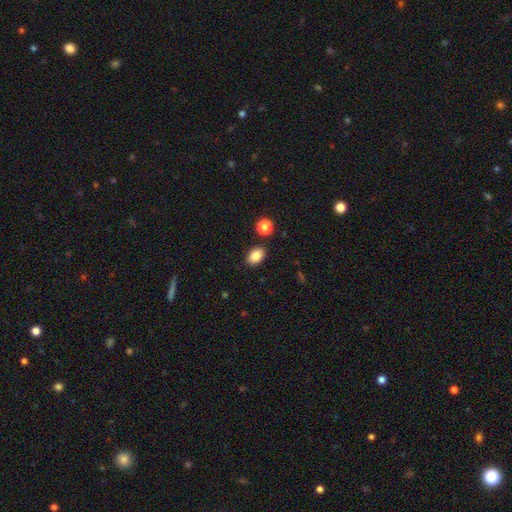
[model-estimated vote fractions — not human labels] Smooth or featured?
  - smooth: 84% *
  - star or artifact: 10%
  - featured or disk: 6%
How rounded?
  - in between: 76% *
  - round: 23%
  - cigar-shaped: 1%
Merging?
  - none: 86% *
  - minor disturbance: 9%
  - merger: 3%
  - major disturbance: 2%